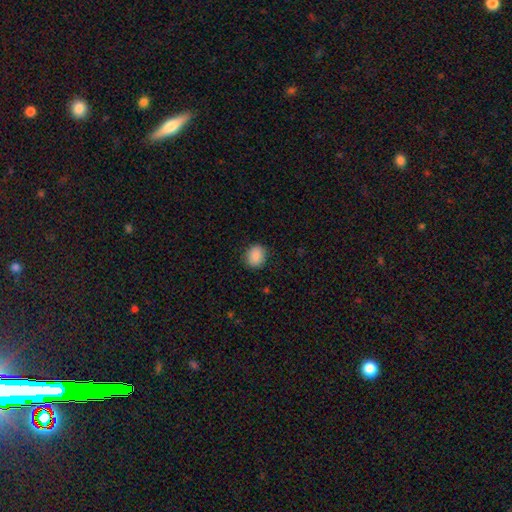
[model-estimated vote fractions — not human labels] This is clearly a smooth galaxy (88%). How rounded: likely round (61%). Merging: clearly none (86%).